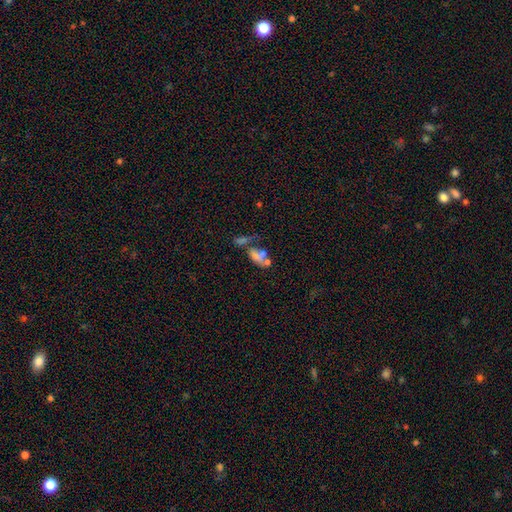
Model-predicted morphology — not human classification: Overall: smooth (45%; featured or disk 30%). Merging: merger (46%; none 24%).